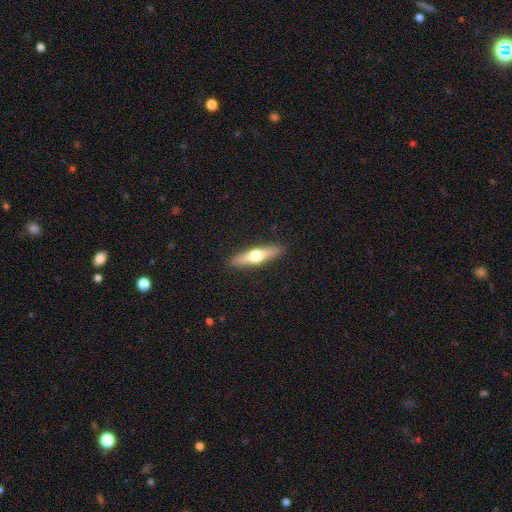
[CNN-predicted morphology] A featured or disk galaxy (49%). Merging: none (91%).